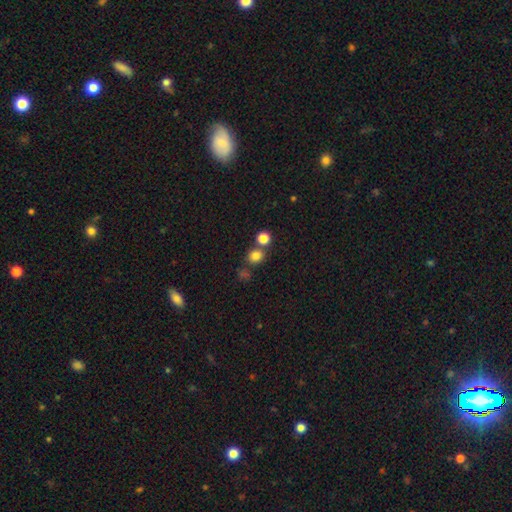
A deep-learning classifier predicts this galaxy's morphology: A smooth galaxy with no disk features (79%) that is round (78%). Merging: none (65%).